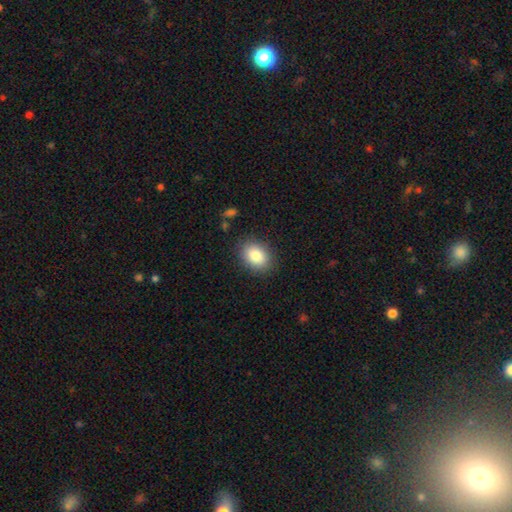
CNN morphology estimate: Smooth or featured? Predicted: smooth (p=0.85). How rounded? Predicted: in between (p=0.70). Merging? Predicted: none (p=0.86).